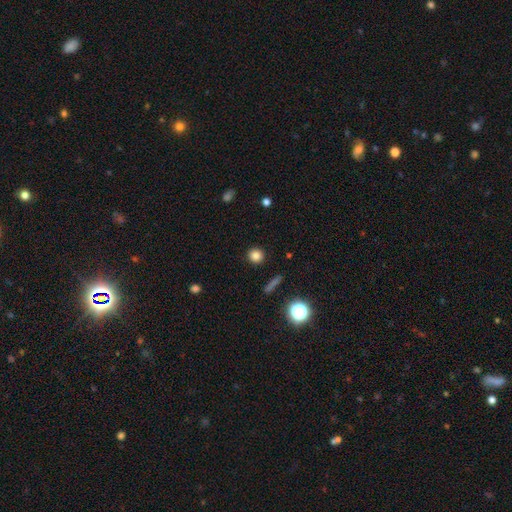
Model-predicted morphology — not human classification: smooth_or_featured: smooth (p=0.83) [alt: star or artifact p=0.12]
how_rounded: round (p=0.89) [alt: in between p=0.09]
merging: none (p=0.91) [alt: minor disturbance p=0.05]